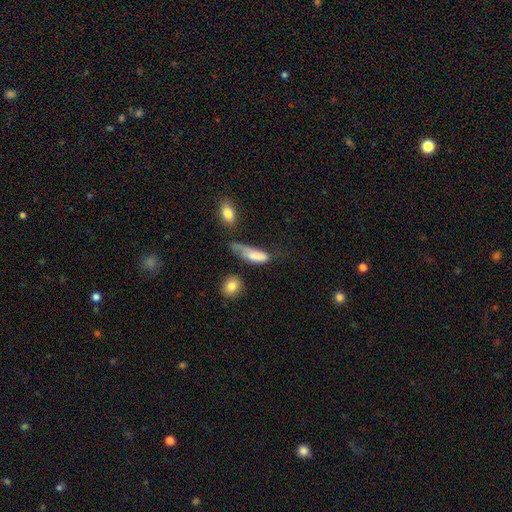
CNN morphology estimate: Smooth or featured? smooth (73%)
How rounded? in between (61%)
Merging? major disturbance (35%)